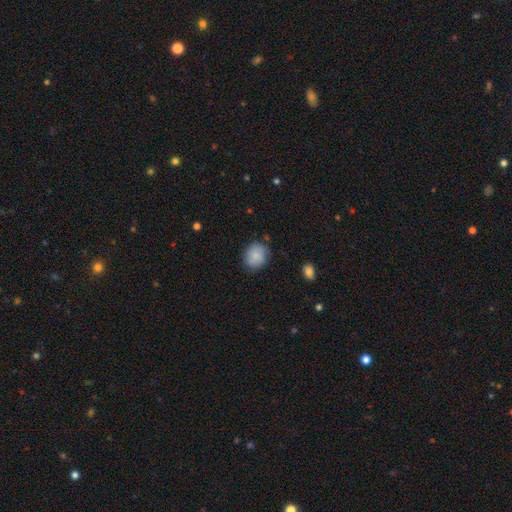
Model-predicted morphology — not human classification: Smooth or featured? Predicted: smooth (p=0.83). How rounded? Predicted: round (p=0.74). Merging? Predicted: none (p=0.77).